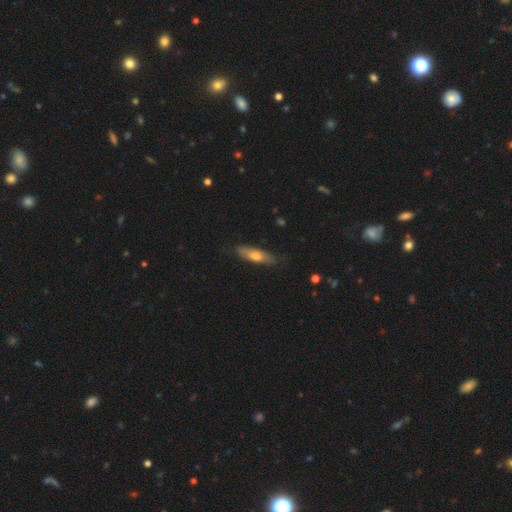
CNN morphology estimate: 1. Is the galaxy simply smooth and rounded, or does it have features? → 59% smooth, 35% featured or disk, 6% star or artifact.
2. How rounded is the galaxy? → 60% cigar-shaped, 37% in between, 2% round.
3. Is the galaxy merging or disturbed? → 79% none, 17% minor disturbance, 3% major disturbance, 1% merger.